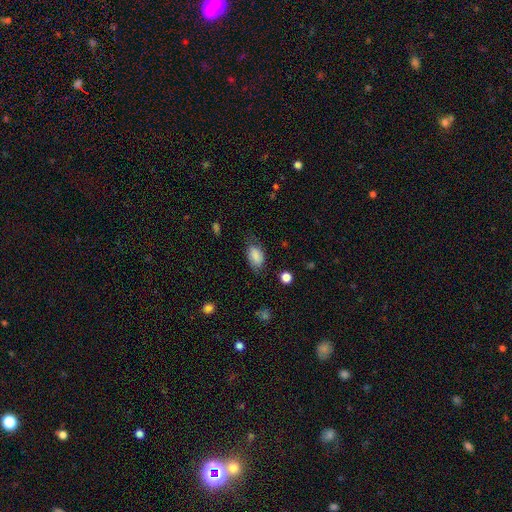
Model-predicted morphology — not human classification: Smooth or featured?
  - smooth: 80% *
  - featured or disk: 13%
  - star or artifact: 8%
How rounded?
  - in between: 91% *
  - round: 7%
  - cigar-shaped: 2%
Merging?
  - none: 62% *
  - minor disturbance: 27%
  - major disturbance: 10%
  - merger: 2%